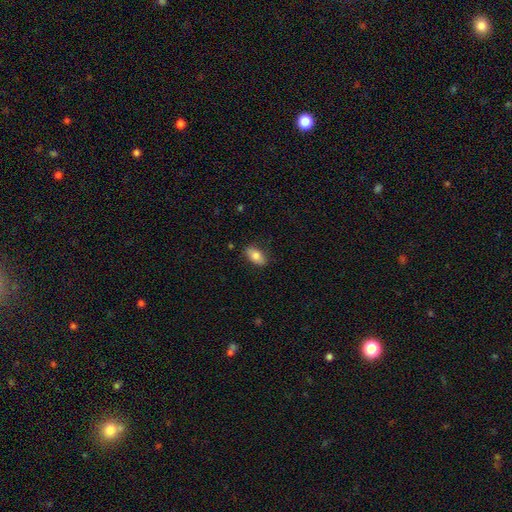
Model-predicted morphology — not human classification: Smooth or featured: smooth — 79% (featured or disk — 14%)
How rounded: in between — 89% (cigar-shaped — 6%)
Merging: none — 83% (minor disturbance — 13%)